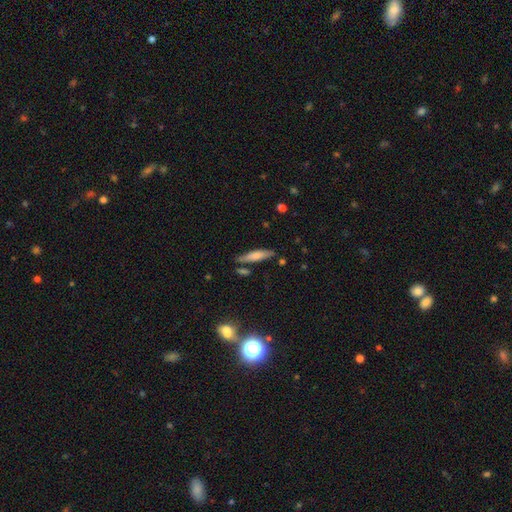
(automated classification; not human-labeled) smooth_or_featured: smooth (p=0.65) [alt: featured or disk p=0.28]
how_rounded: cigar-shaped (p=0.78) [alt: in between p=0.20]
merging: none (p=0.78) [alt: minor disturbance p=0.13]